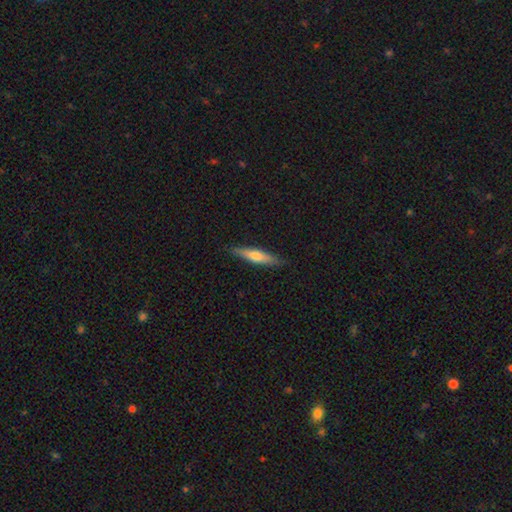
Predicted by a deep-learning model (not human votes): Smooth or featured? smooth (55%)
How rounded? cigar-shaped (82%)
Merging? none (87%)